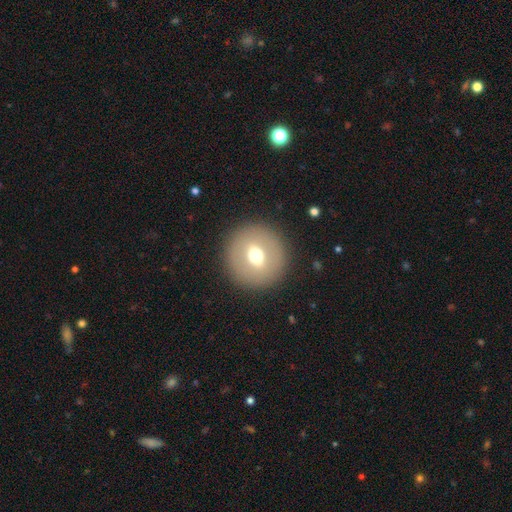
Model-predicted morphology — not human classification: A smooth galaxy with no disk features (60%) that is round (94%). Merging: none (90%).